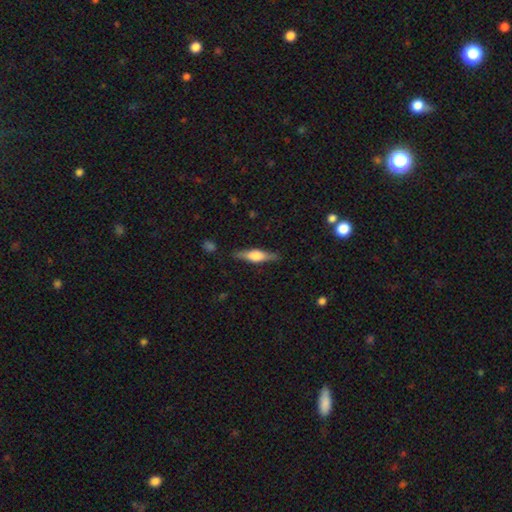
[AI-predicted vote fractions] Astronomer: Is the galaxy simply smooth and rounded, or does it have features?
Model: featured or disk — 58% (runner-up: smooth, 36%).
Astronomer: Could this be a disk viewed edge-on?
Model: yes — 95%.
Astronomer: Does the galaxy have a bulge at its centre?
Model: rounded — 84%.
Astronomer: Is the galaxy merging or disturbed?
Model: none — 86%.